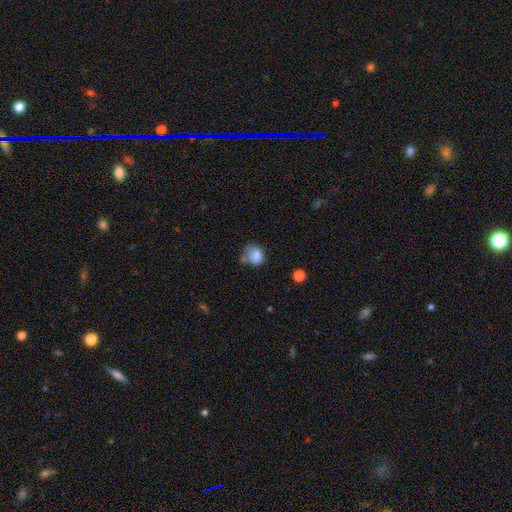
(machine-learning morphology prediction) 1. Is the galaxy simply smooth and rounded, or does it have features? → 81% smooth, 10% star or artifact, 9% featured or disk.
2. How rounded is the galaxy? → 59% round, 40% in between, 1% cigar-shaped.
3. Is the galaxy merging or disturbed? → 39% none, 31% minor disturbance, 18% major disturbance, 13% merger.